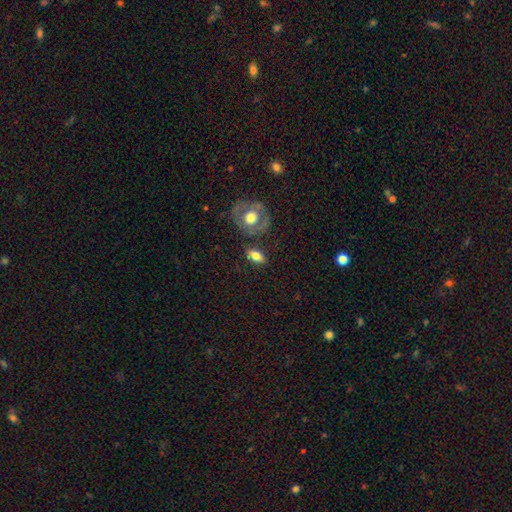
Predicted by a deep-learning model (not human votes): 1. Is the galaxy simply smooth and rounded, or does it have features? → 71% smooth, 22% featured or disk, 7% star or artifact.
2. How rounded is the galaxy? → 81% in between, 14% round, 6% cigar-shaped.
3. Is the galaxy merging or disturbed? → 76% none, 13% minor disturbance, 7% merger, 4% major disturbance.